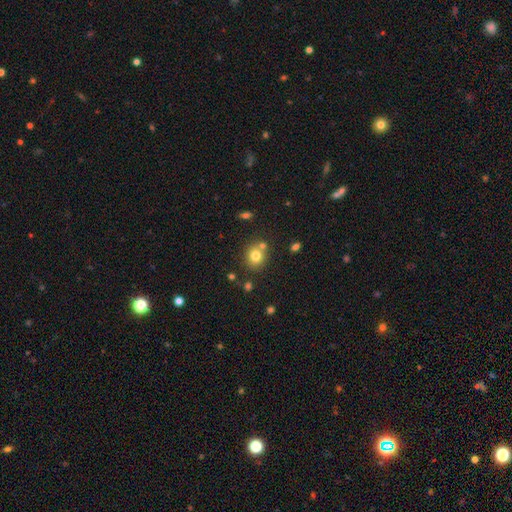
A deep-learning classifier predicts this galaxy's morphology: A smooth galaxy with no disk features (77%) that is round (80%).

Vote fractions:
- Smooth or featured? smooth: 77% / star or artifact: 13% / featured or disk: 10%
- How rounded? round: 80% / in between: 19% / cigar-shaped: 1%
- Merging? none: 69% / merger: 18% / minor disturbance: 10% / major disturbance: 3%